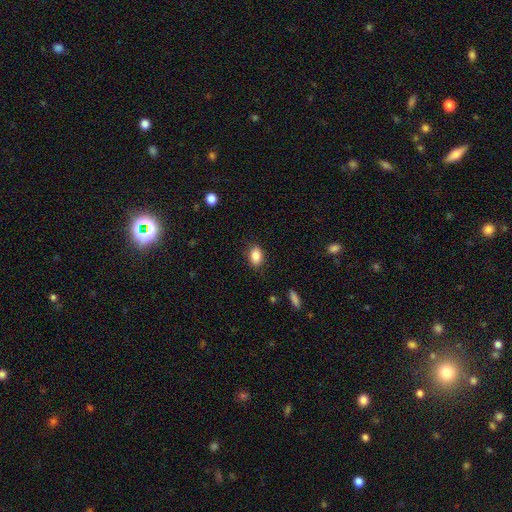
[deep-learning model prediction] This appears to be a smooth galaxy with no disk features (86%) that is in between round and cigar-shaped (82%). Merging: none (84%).